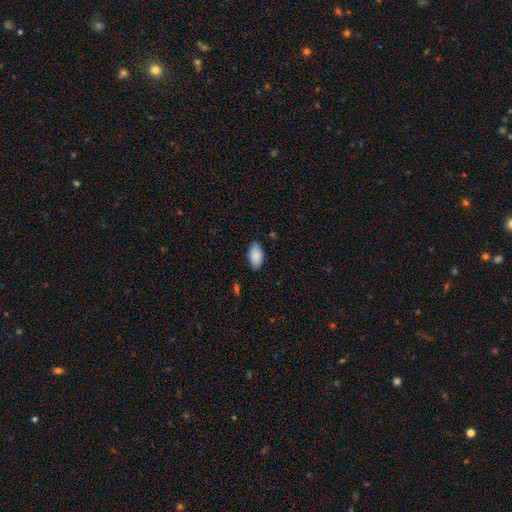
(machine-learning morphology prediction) smooth_or_featured: smooth (p=0.88) [alt: star or artifact p=0.07]
how_rounded: in between (p=0.94) [alt: round p=0.03]
merging: none (p=0.83) [alt: minor disturbance p=0.14]